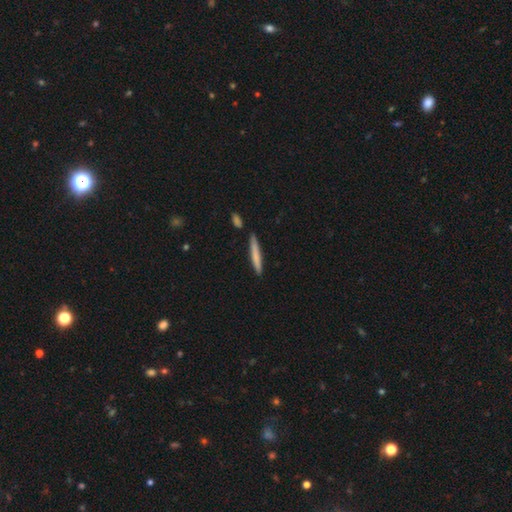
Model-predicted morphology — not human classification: A smooth galaxy with no disk features (73%) that is cigar-shaped (95%).

Vote fractions:
- Smooth or featured? smooth: 73% / featured or disk: 22% / star or artifact: 5%
- How rounded? cigar-shaped: 95% / in between: 3% / round: 1%
- Merging? none: 84% / minor disturbance: 10% / merger: 5% / major disturbance: 2%